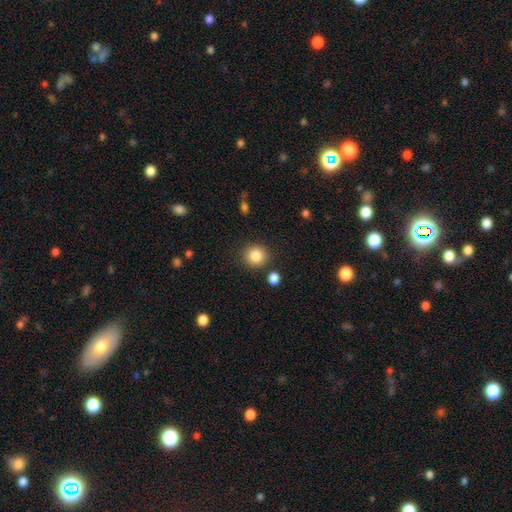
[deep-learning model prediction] smooth_or_featured: smooth (p=0.86) [alt: star or artifact p=0.09]
how_rounded: round (p=0.88) [alt: in between p=0.11]
merging: none (p=0.86) [alt: minor disturbance p=0.08]